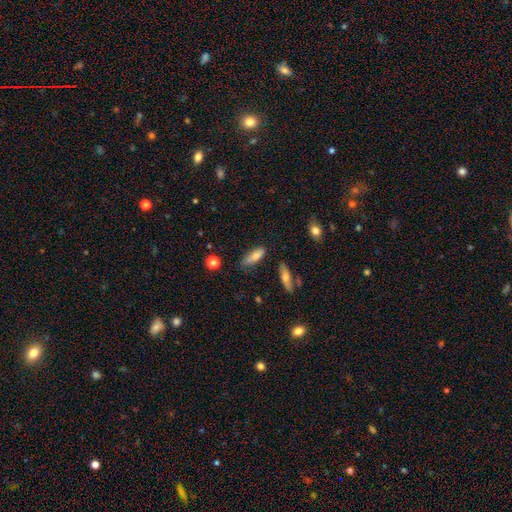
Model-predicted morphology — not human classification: This appears to be a smooth galaxy with no disk features (75%) that is in between round and cigar-shaped (62%). Merging: none (67%).